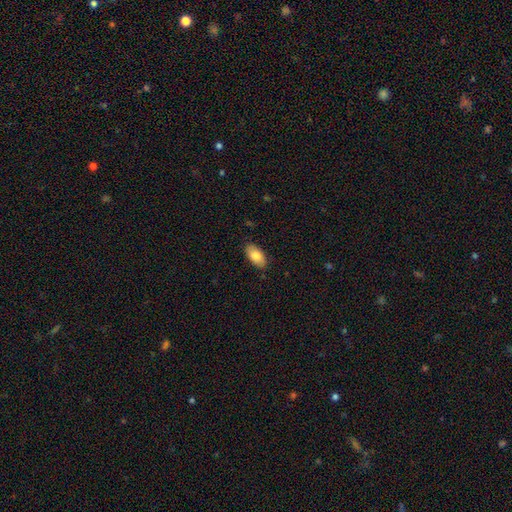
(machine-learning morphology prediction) Smooth or featured? Predicted: smooth (p=0.84). How rounded? Predicted: in between (p=0.93). Merging? Predicted: none (p=0.86).